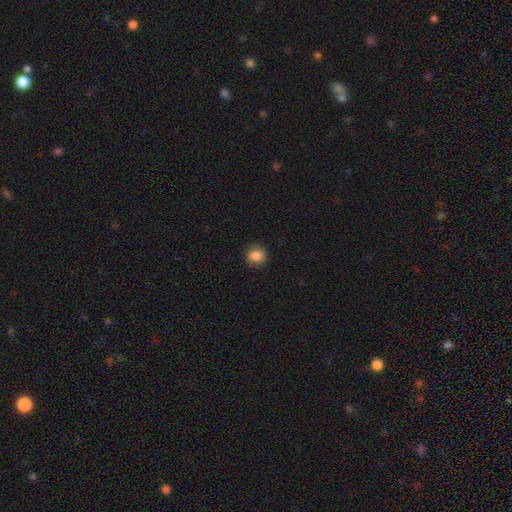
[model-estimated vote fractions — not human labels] Overall: smooth (85%). How rounded: round (79%). Merging: none (84%).